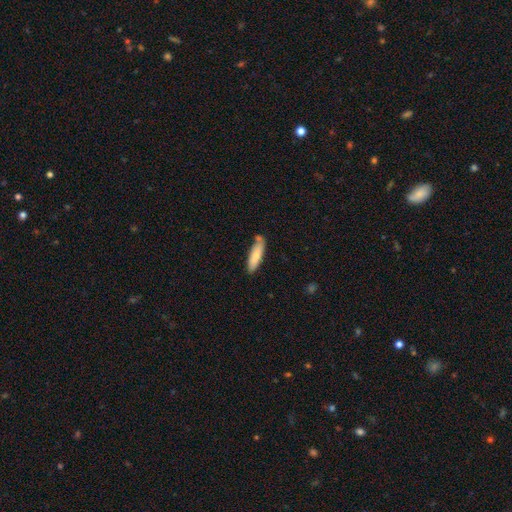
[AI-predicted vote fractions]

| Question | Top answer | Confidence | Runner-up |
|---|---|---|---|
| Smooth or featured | smooth | 79% | featured or disk (15%) |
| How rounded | cigar-shaped | 67% | in between (32%) |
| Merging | none | 70% | minor disturbance (19%) |